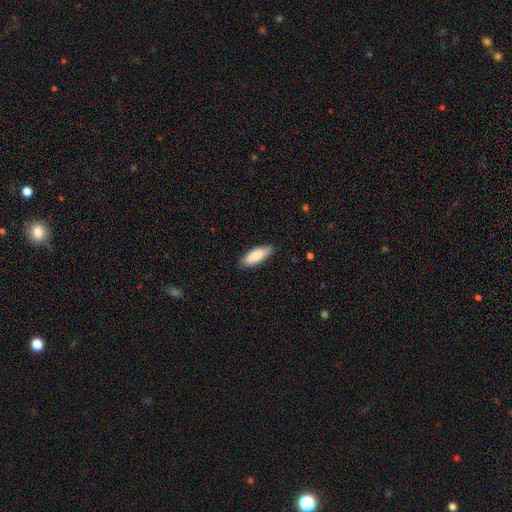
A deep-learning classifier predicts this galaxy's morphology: This appears to be a smooth galaxy with no disk features (86%) that is in between round and cigar-shaped (70%). Merging: none (85%).